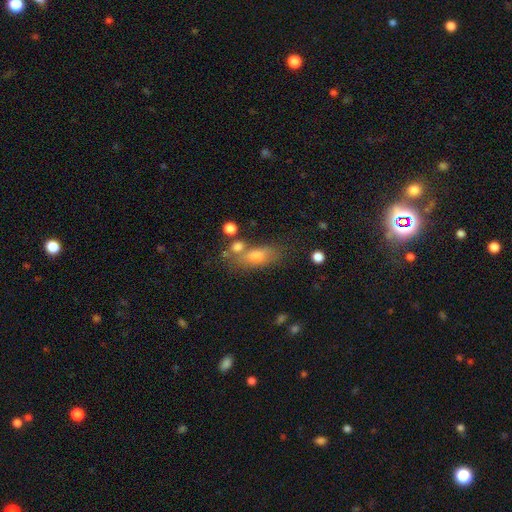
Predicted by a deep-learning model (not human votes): Q: Smooth or featured?
A: smooth (67%); runner-up: featured or disk (20%)
Q: How rounded?
A: in between (73%); runner-up: cigar-shaped (19%)
Q: Merging?
A: none (55%); runner-up: merger (19%)